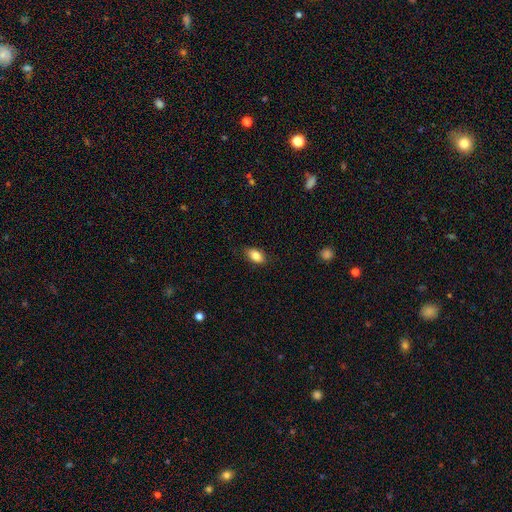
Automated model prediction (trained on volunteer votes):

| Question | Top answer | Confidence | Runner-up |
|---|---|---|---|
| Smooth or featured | smooth | 85% | star or artifact (8%) |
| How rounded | in between | 90% | round (7%) |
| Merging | none | 84% | minor disturbance (12%) |